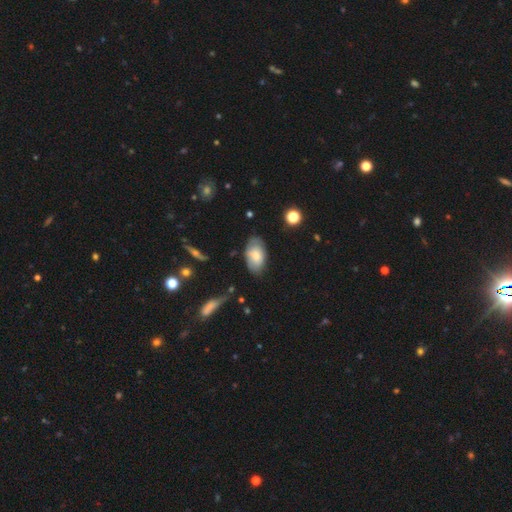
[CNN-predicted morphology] A smooth galaxy with no disk features (71%) that is in between round and cigar-shaped (94%). Merging: none (72%).